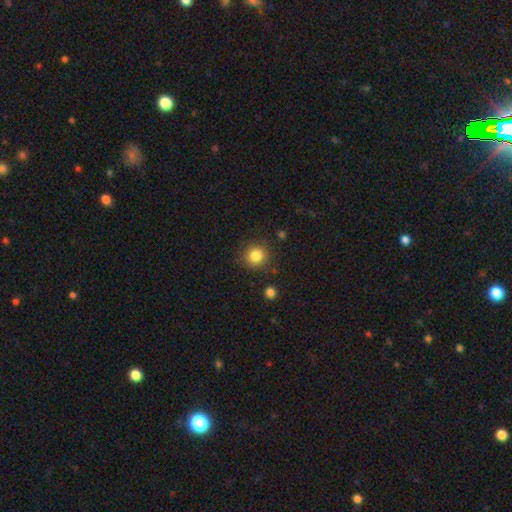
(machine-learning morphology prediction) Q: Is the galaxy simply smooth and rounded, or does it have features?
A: smooth — 84%.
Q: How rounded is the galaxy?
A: round — 91%.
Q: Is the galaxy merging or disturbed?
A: none — 86%.